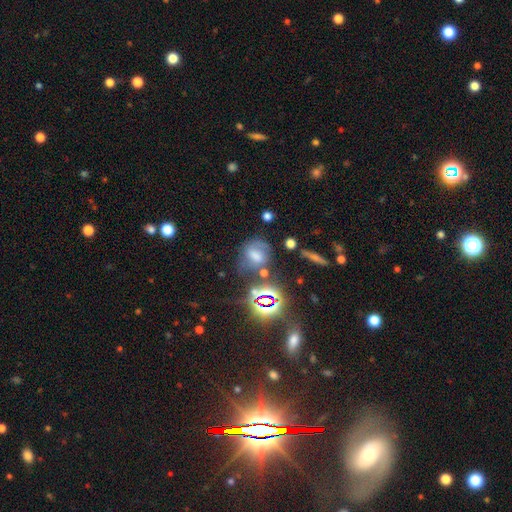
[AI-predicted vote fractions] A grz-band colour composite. It shows a smooth galaxy with no disk features (39%). Merging: none (55%).